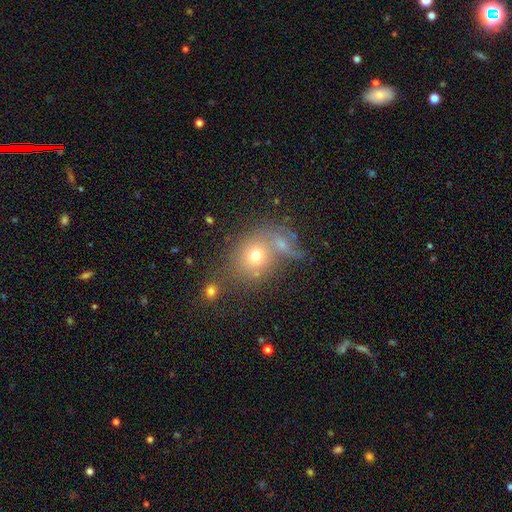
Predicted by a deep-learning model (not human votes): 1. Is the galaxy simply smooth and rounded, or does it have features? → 67% smooth, 18% featured or disk, 15% star or artifact.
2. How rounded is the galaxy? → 66% round, 33% in between, 1% cigar-shaped.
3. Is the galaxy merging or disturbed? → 47% none, 33% merger, 12% minor disturbance, 8% major disturbance.